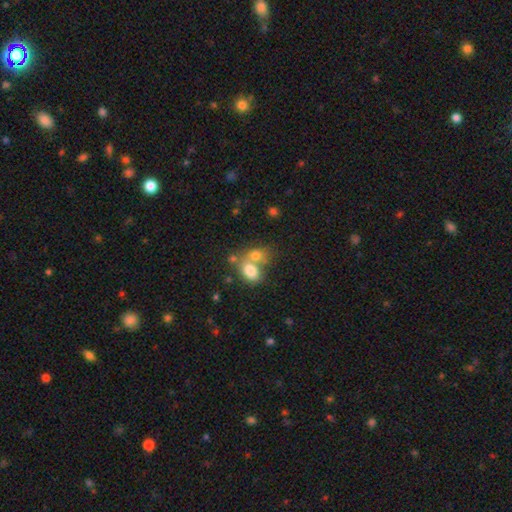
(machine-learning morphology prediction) A smooth galaxy with no disk features (76%) that is in between round and cigar-shaped (74%). Merging: merger (57%).